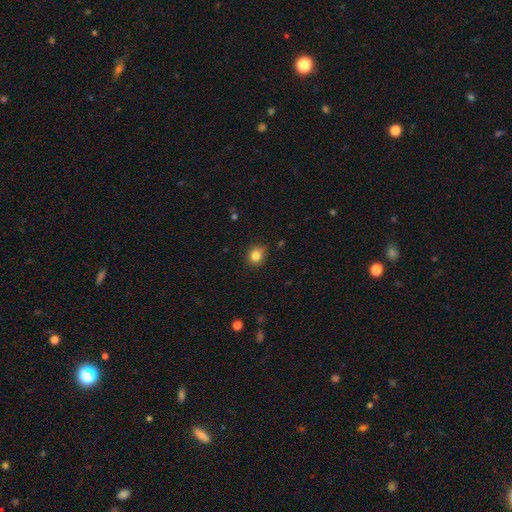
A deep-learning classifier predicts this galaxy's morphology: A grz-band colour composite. It shows a smooth galaxy with no disk features (83%) that is round (68%). Merging: none (79%).